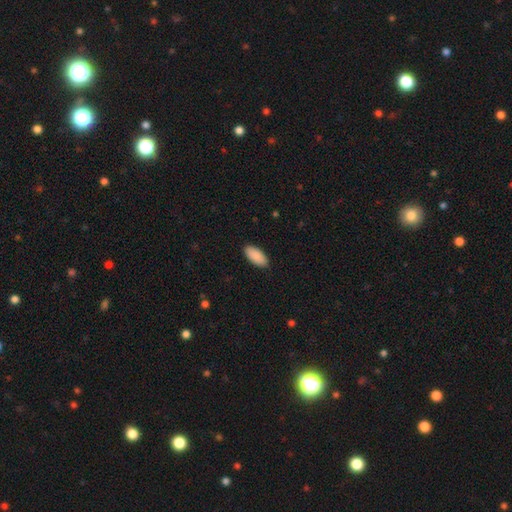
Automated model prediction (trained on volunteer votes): Morphology: type=smooth (91%); roundness=in between (93%); merging=none (89%).